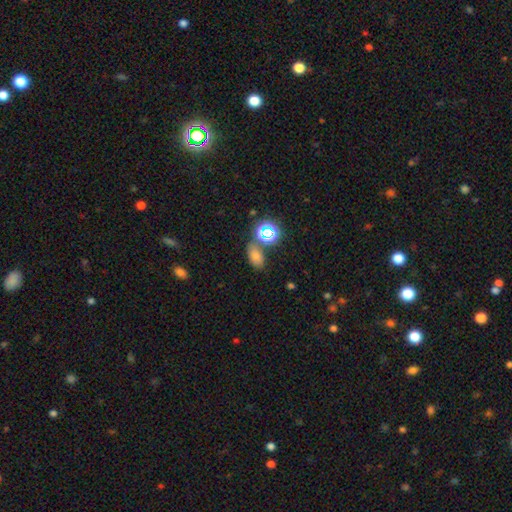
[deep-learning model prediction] This appears to be a smooth galaxy with no disk features (59%) that is in between round and cigar-shaped (77%). Merging: none (67%).